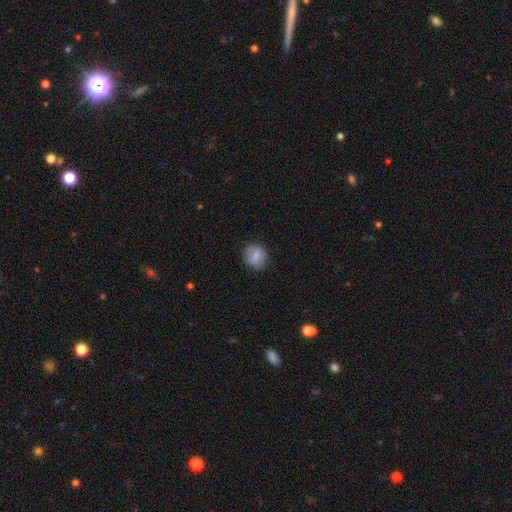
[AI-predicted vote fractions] This is likely a smooth galaxy (70%). How rounded: likely round (75%). Merging: clearly none (85%).